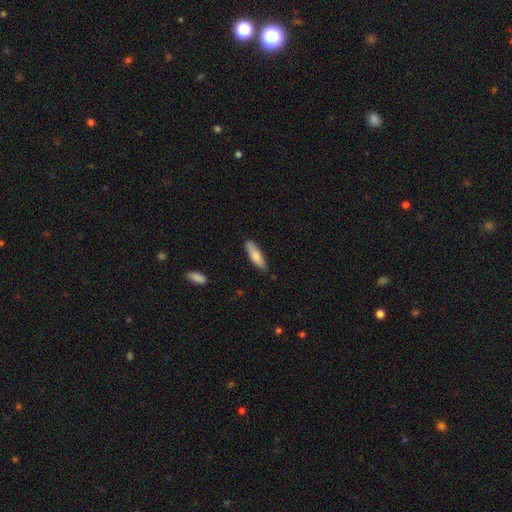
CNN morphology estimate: Smooth or featured? Predicted: smooth (p=0.81). How rounded? Predicted: cigar-shaped (p=0.51). Merging? Predicted: none (p=0.84).